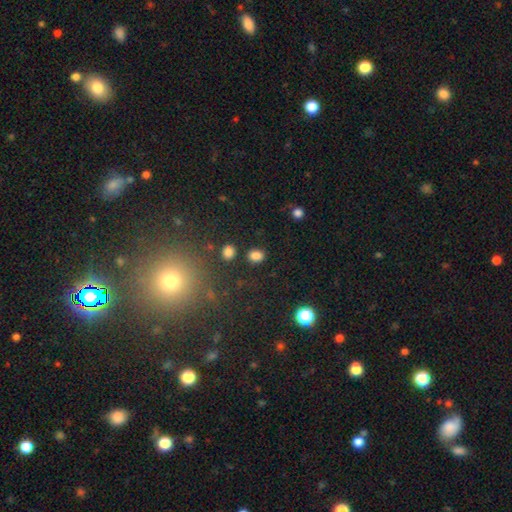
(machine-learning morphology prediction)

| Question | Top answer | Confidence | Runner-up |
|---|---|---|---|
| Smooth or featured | smooth | 82% | star or artifact (13%) |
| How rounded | round | 49% | tied: in between (49%) |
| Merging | none | 83% | minor disturbance (9%) |